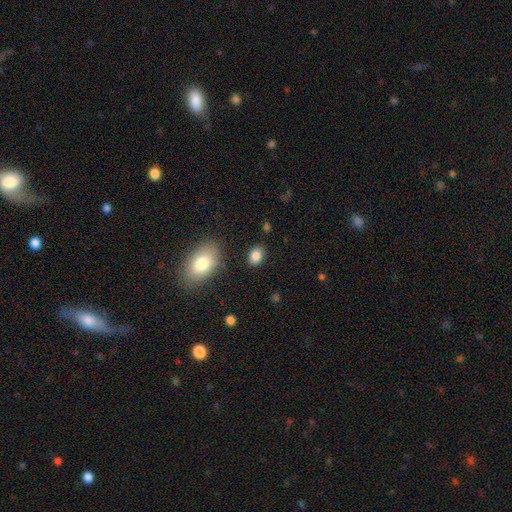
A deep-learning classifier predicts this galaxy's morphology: This appears to be a smooth galaxy with no disk features (86%) that is in between round and cigar-shaped (76%). Merging: none (85%).